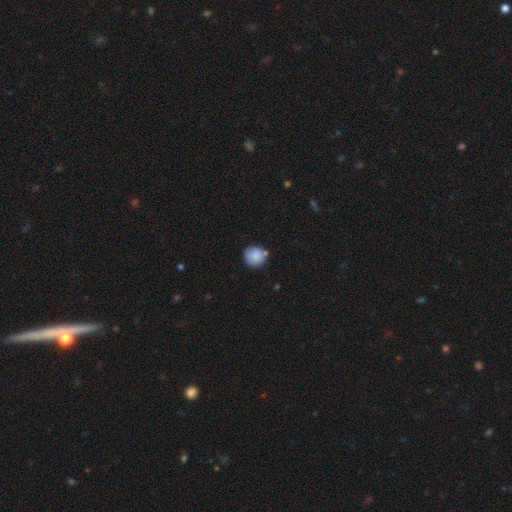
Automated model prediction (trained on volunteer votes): smooth-or-featured: smooth: 85% | star or artifact: 8% | featured or disk: 7%
  how-rounded: round: 90% | in between: 9% | cigar-shaped: 1%
  merging: none: 69% | minor disturbance: 19% | merger: 8% | major disturbance: 4%